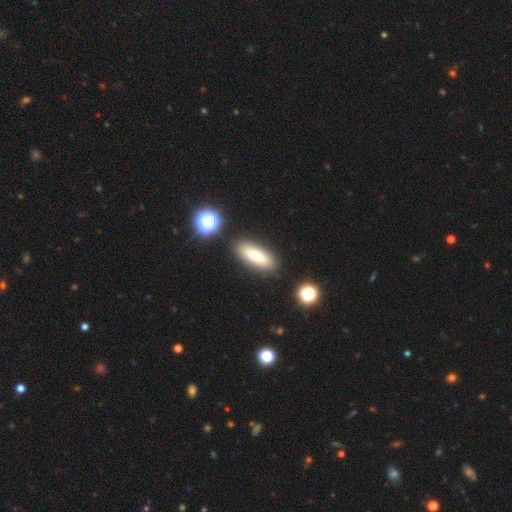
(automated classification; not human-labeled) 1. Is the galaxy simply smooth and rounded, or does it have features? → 71% smooth, 21% featured or disk, 9% star or artifact.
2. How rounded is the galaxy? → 66% in between, 31% cigar-shaped, 3% round.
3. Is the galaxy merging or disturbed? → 86% none, 8% minor disturbance, 3% merger, 2% major disturbance.